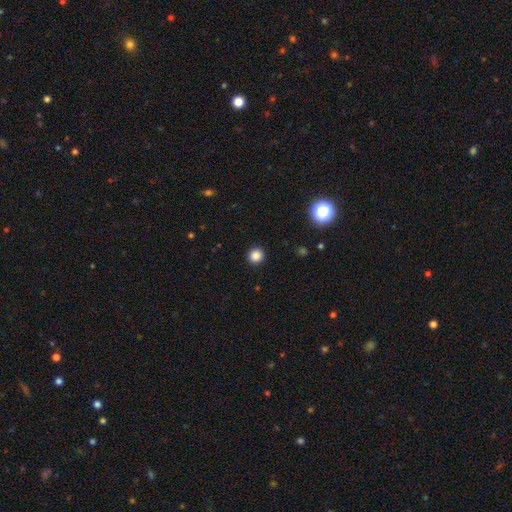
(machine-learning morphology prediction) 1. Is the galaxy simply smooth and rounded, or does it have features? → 85% smooth, 12% star or artifact, 3% featured or disk.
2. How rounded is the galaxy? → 94% round, 5% in between, 1% cigar-shaped.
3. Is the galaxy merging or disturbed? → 92% none, 5% minor disturbance, 2% major disturbance, 1% merger.